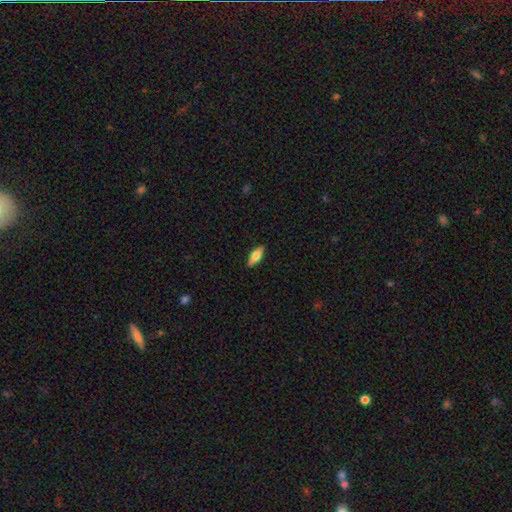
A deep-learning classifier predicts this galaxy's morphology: The model was most divided on "how rounded": in between: 69%, cigar-shaped: 28%, round: 2%. More confident: merging — none (89%); smooth or featured — smooth (70%).